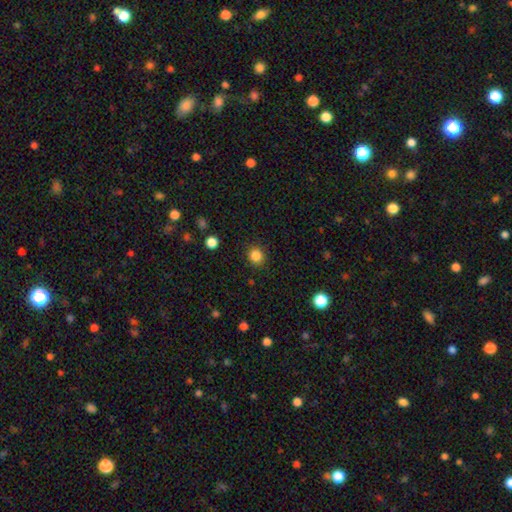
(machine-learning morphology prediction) This appears to be a smooth galaxy with no disk features (85%) that is round (89%). Merging: none (90%).